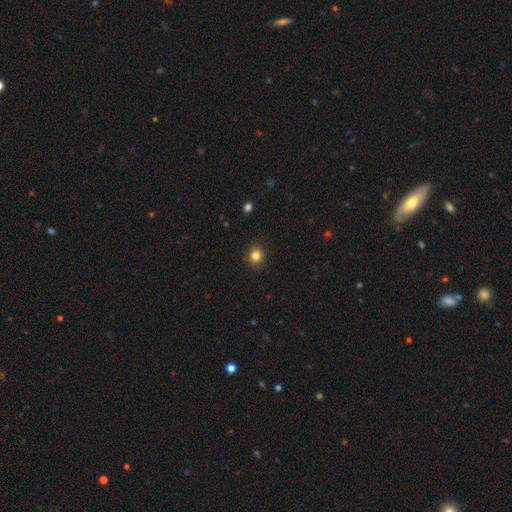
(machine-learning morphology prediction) Smooth or featured? smooth (84%)
How rounded? round (85%)
Merging? none (90%)